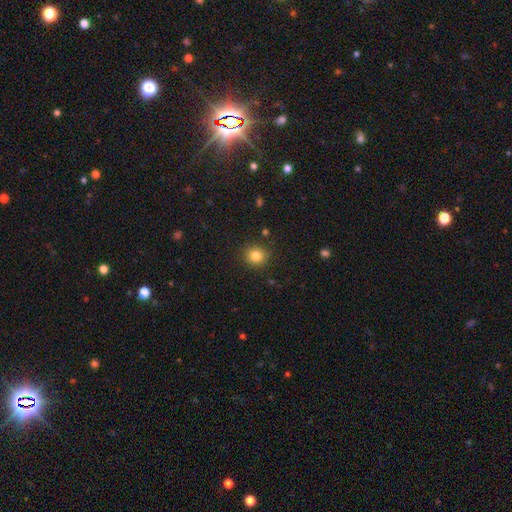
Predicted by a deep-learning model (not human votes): smooth_or_featured: smooth (p=0.82) [alt: star or artifact p=0.12]
how_rounded: round (p=0.89) [alt: in between p=0.10]
merging: none (p=0.88) [alt: minor disturbance p=0.08]